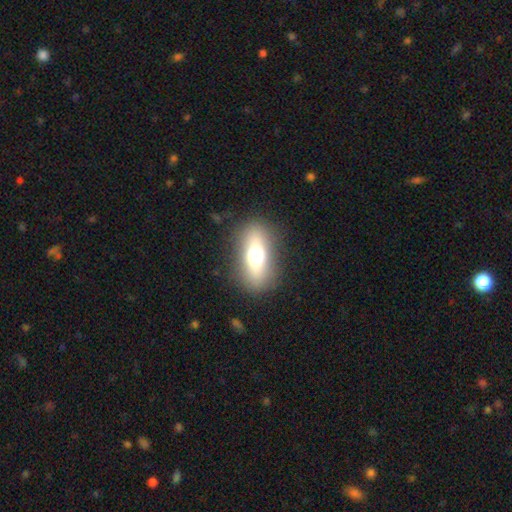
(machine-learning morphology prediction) Smooth or featured?
  - smooth: 56% *
  - featured or disk: 29%
  - star or artifact: 15%
How rounded?
  - in between: 67% *
  - round: 22%
  - cigar-shaped: 11%
Merging?
  - none: 84% *
  - minor disturbance: 9%
  - major disturbance: 5%
  - merger: 1%